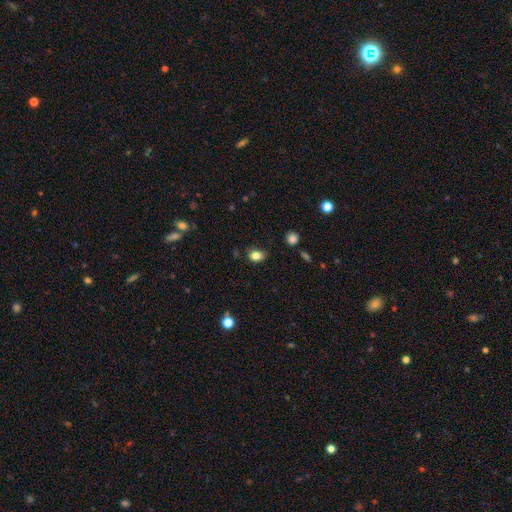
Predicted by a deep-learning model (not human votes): Smooth or featured: smooth — 82% (star or artifact — 11%)
How rounded: in between — 64% (round — 34%)
Merging: none — 76% (minor disturbance — 18%)